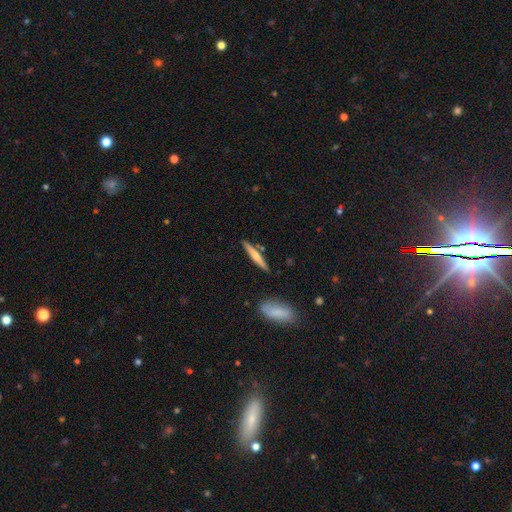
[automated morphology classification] This is possibly a smooth galaxy (52%). How rounded: clearly cigar-shaped (92%). Merging: clearly none (84%).